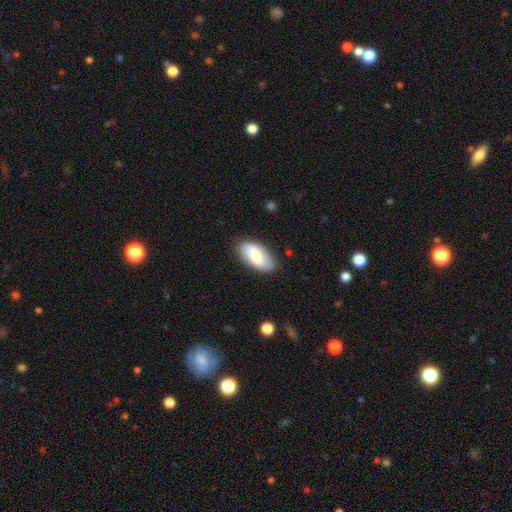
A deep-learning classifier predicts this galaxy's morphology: smooth_or_featured: smooth (p=0.68) [alt: featured or disk p=0.26]
how_rounded: in between (p=0.93) [alt: cigar-shaped p=0.04]
merging: none (p=0.83) [alt: minor disturbance p=0.13]